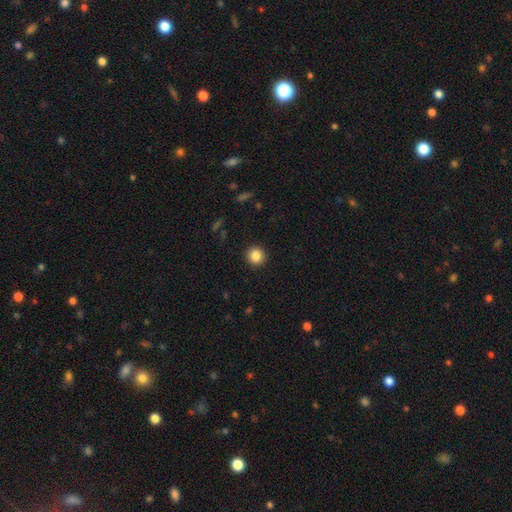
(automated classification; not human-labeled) Smooth or featured: smooth — 85% (star or artifact — 10%)
How rounded: round — 94% (in between — 5%)
Merging: none — 92% (minor disturbance — 5%)